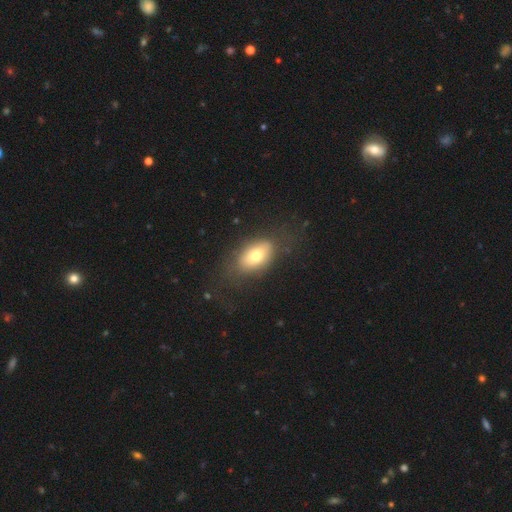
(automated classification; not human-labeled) Smooth or featured?
  - smooth: 70% *
  - featured or disk: 21%
  - star or artifact: 8%
How rounded?
  - in between: 88% *
  - round: 10%
  - cigar-shaped: 2%
Merging?
  - none: 71% *
  - minor disturbance: 17%
  - major disturbance: 11%
  - merger: 1%